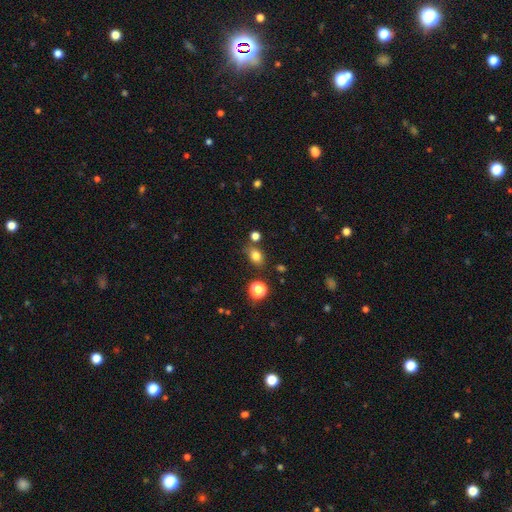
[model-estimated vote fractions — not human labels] Overall: smooth (79%). How rounded: in between (64%; round 35%). Merging: none (74%).